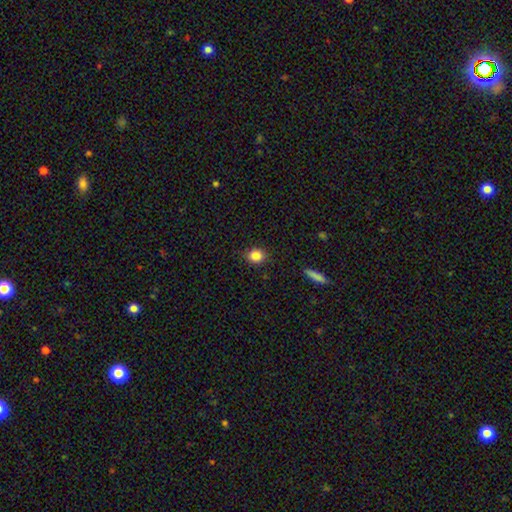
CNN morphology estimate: Q: Smooth or featured?
A: smooth (85%); runner-up: star or artifact (10%)
Q: How rounded?
A: round (72%); runner-up: in between (27%)
Q: Merging?
A: none (87%); runner-up: minor disturbance (9%)